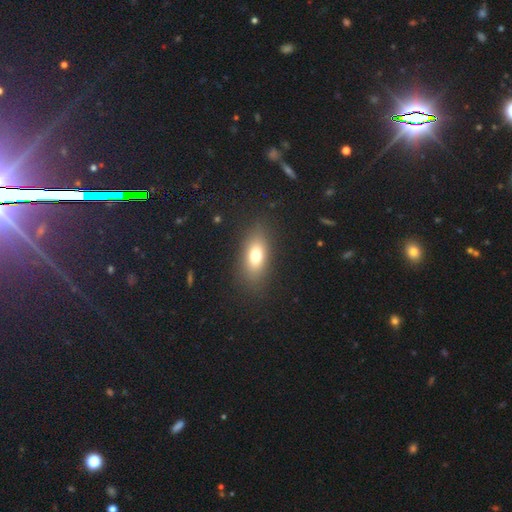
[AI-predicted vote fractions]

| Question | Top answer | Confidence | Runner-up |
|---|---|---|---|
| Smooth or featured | smooth | 73% | featured or disk (17%) |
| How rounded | in between | 79% | cigar-shaped (12%) |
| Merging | none | 86% | minor disturbance (9%) |